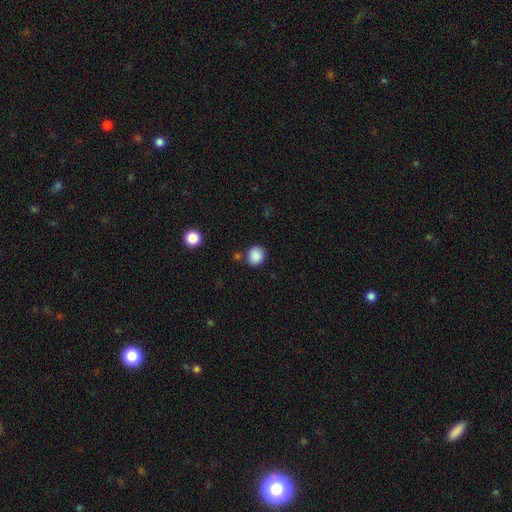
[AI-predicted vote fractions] The model was most divided on "how rounded": round: 81%, in between: 18%, cigar-shaped: 1%. More confident: smooth or featured — smooth (88%); merging — none (83%).